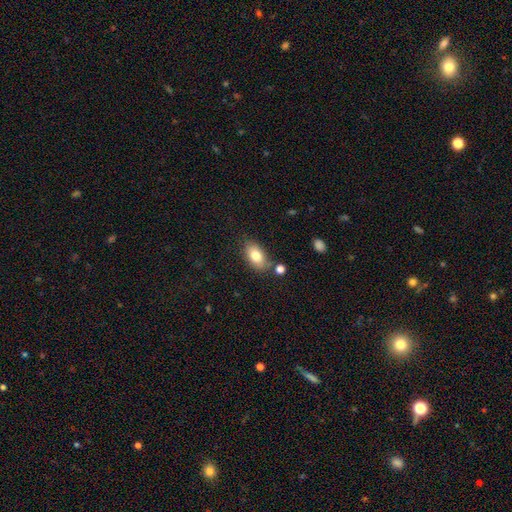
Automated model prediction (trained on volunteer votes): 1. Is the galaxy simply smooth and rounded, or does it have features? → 80% smooth, 13% featured or disk, 8% star or artifact.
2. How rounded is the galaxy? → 90% in between, 7% round, 2% cigar-shaped.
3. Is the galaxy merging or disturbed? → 72% none, 15% minor disturbance, 8% merger, 4% major disturbance.